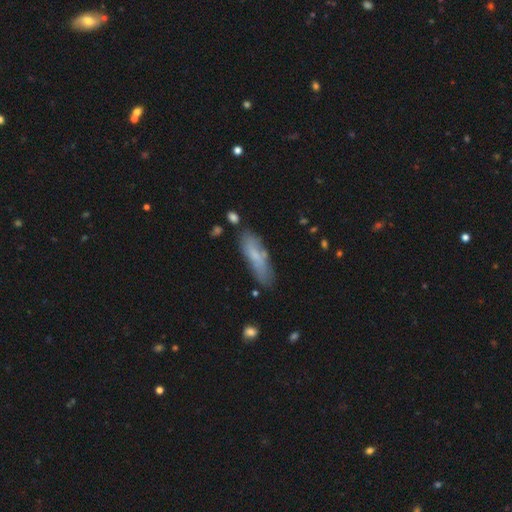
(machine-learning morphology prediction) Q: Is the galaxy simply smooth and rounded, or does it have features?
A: smooth — 69%.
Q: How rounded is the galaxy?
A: cigar-shaped — 56%.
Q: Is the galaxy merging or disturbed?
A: none — 67%.